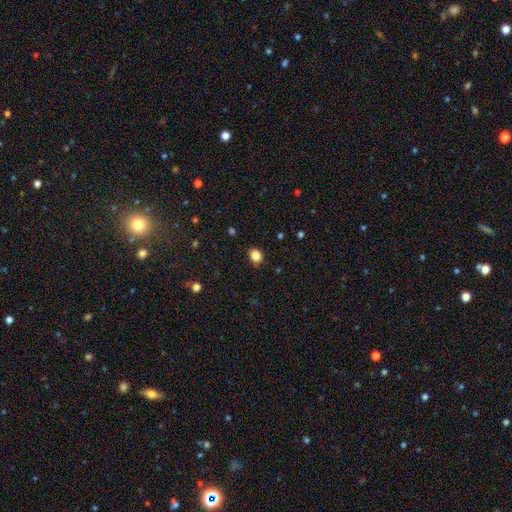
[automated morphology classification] smooth 86%, star or artifact 10%, featured or disk 4%. Down the decision tree: how rounded — in between (52%); merging — none (86%).